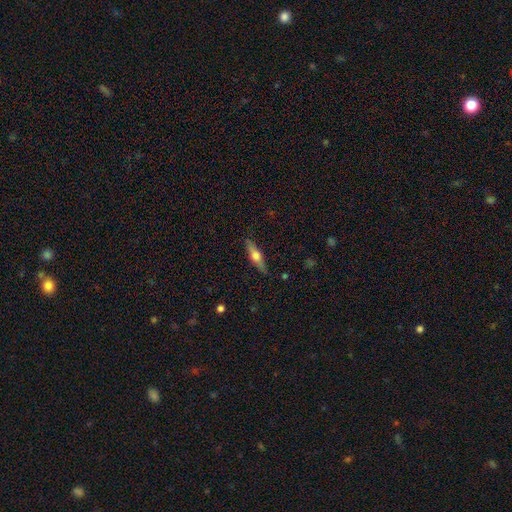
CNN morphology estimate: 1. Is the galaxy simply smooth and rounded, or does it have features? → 48% featured or disk, 45% smooth, 7% star or artifact.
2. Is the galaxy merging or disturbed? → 83% none, 13% minor disturbance, 3% major disturbance, 1% merger.